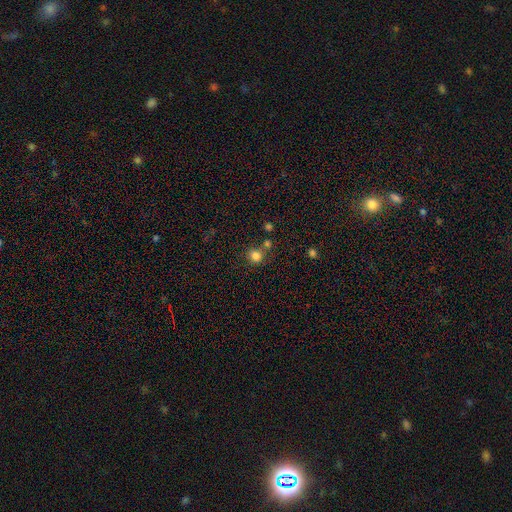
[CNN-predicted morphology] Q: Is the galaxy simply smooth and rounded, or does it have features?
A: smooth — 82%.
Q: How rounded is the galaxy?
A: round — 91%.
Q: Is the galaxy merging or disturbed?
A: none — 71%.